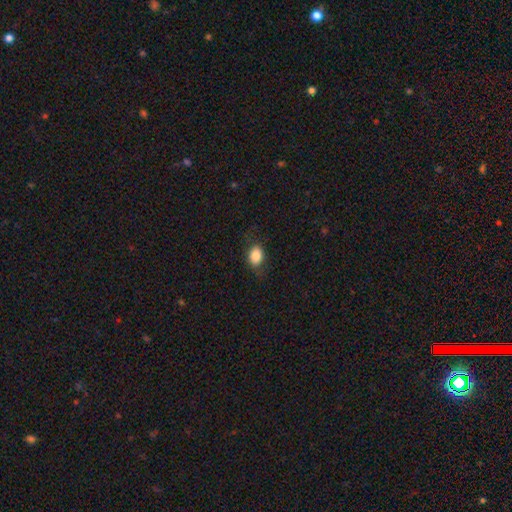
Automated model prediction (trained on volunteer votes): Smooth or featured? Predicted: smooth (p=0.84). How rounded? Predicted: in between (p=0.67). Merging? Predicted: none (p=0.76).